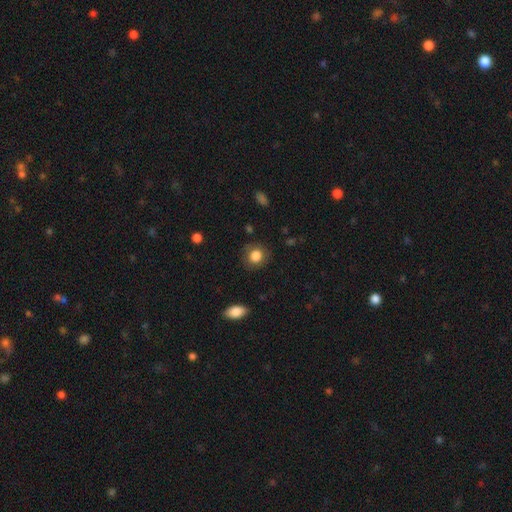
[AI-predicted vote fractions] This is clearly a smooth galaxy (83%). How rounded: likely round (78%). Merging: clearly none (81%).